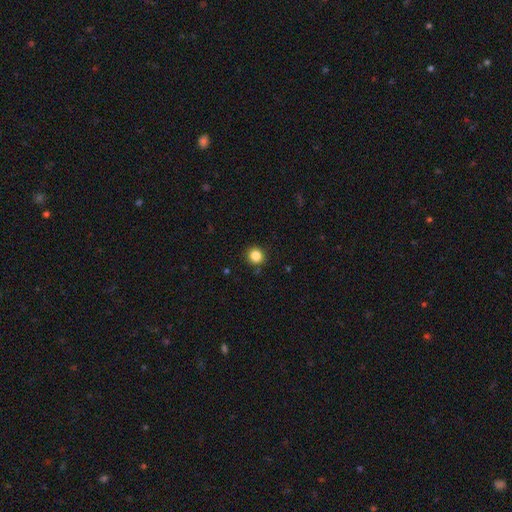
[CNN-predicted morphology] Smooth or featured?
  - smooth: 85% *
  - star or artifact: 11%
  - featured or disk: 4%
How rounded?
  - round: 92% *
  - in between: 7%
  - cigar-shaped: 1%
Merging?
  - none: 90% *
  - minor disturbance: 6%
  - major disturbance: 2%
  - merger: 1%